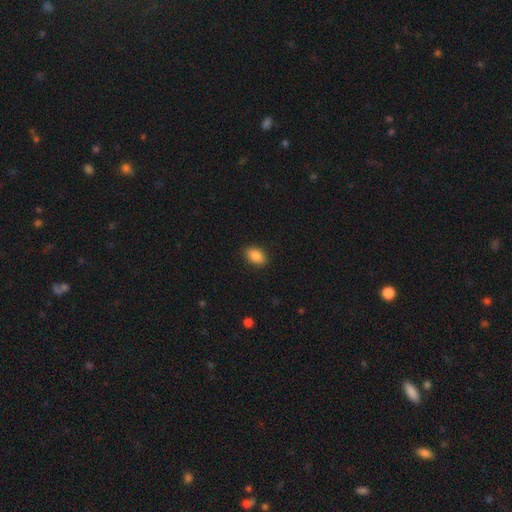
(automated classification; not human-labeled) A smooth galaxy with no disk features (87%) that is in between round and cigar-shaped (88%). Merging: none (88%).